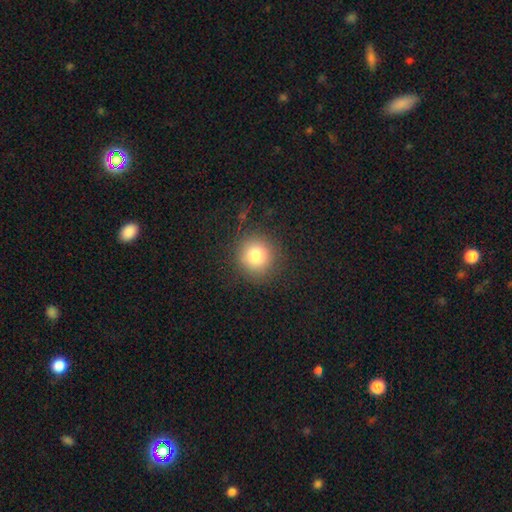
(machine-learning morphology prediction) smooth 80%, star or artifact 12%, featured or disk 8%. Down the decision tree: how rounded — round (91%); merging — none (87%).